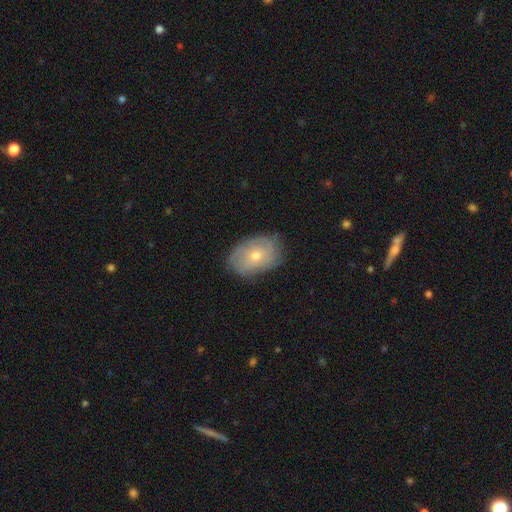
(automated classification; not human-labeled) Smooth or featured? Predicted: smooth (p=0.49). Merging? Predicted: none (p=0.77).